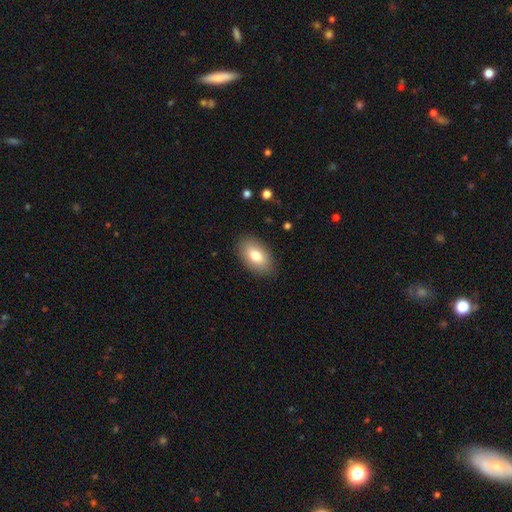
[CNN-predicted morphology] The model was most divided on "smooth or featured": smooth: 79%, featured or disk: 14%, star or artifact: 7%. More confident: how rounded — in between (93%); merging — none (87%).